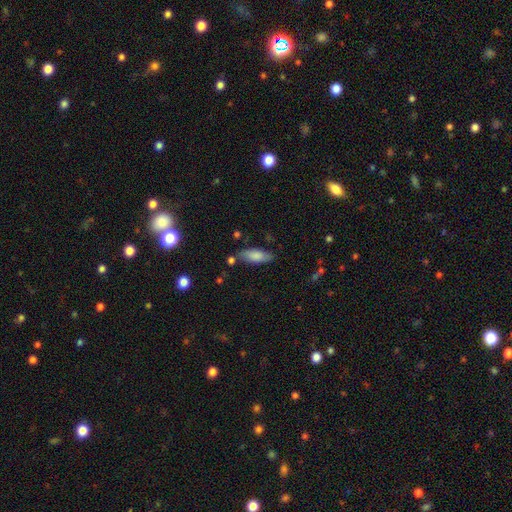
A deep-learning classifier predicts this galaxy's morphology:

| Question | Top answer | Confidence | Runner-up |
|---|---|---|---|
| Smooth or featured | smooth | 79% | featured or disk (14%) |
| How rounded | in between | 70% | cigar-shaped (28%) |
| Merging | none | 75% | minor disturbance (16%) |